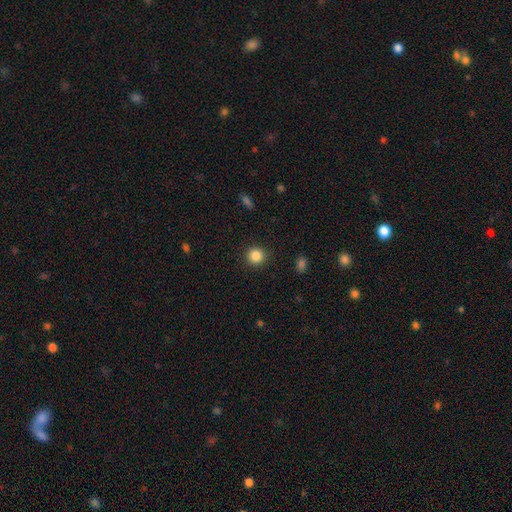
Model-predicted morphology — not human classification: Smooth or featured? Predicted: smooth (p=0.86). How rounded? Predicted: round (p=0.93). Merging? Predicted: none (p=0.91).